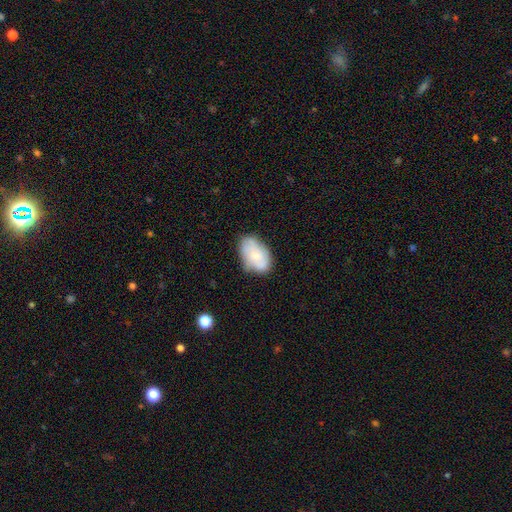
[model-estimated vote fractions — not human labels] smooth-or-featured: smooth: 61% | featured or disk: 31% | star or artifact: 7%
  how-rounded: in between: 89% | round: 10% | cigar-shaped: 1%
  merging: none: 62% | minor disturbance: 29% | major disturbance: 7% | merger: 3%